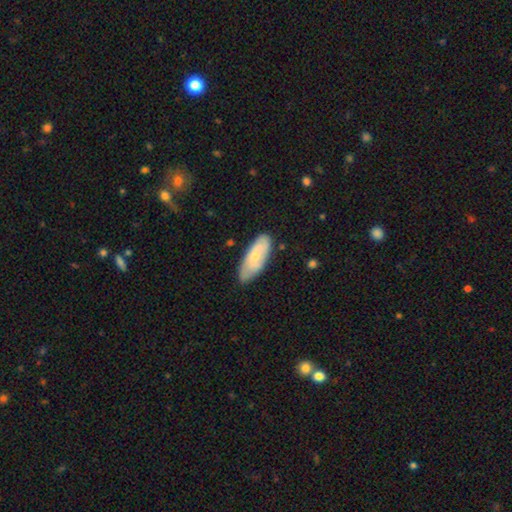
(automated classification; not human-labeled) The model was most divided on "smooth or featured": smooth: 63%, featured or disk: 31%, star or artifact: 6%. More confident: how rounded — in between (76%); merging — none (72%).